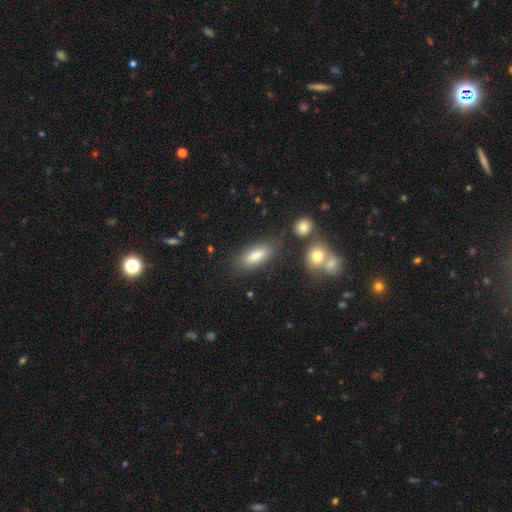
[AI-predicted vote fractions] Smooth or featured: smooth — 82% (featured or disk — 10%)
How rounded: in between — 75% (cigar-shaped — 22%)
Merging: none — 77% (minor disturbance — 12%)